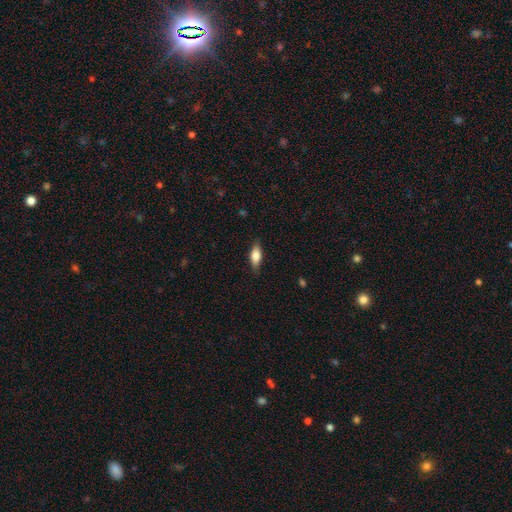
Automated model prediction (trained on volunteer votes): A smooth galaxy with no disk features (69%) that is in between round and cigar-shaped (71%). Merging: none (82%).